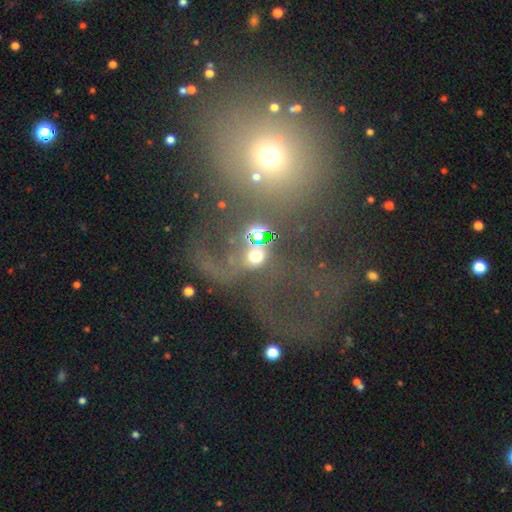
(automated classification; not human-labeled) This appears to be a smooth galaxy with no disk features (41%). Merging: none (40%).